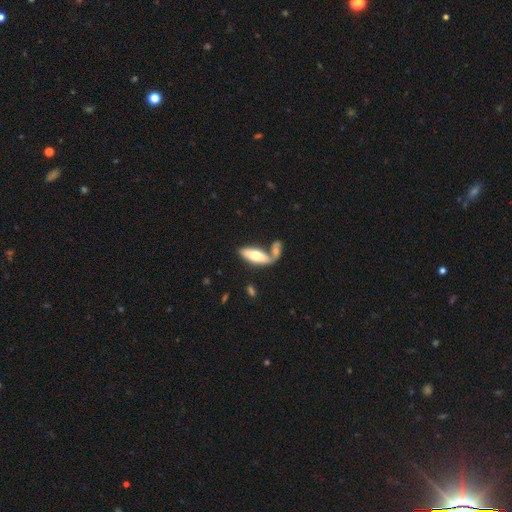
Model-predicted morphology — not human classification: This appears to be a smooth galaxy with no disk features (62%) that is in between round and cigar-shaped (71%). Merging: merger (42%).